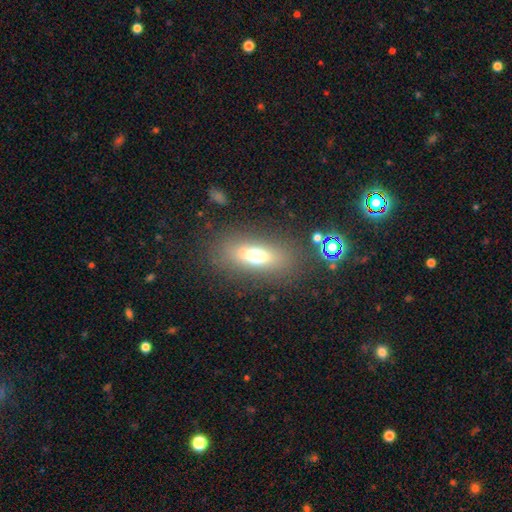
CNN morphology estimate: This is likely a smooth galaxy (61%). How rounded: likely in between (69%). Merging: clearly none (81%).